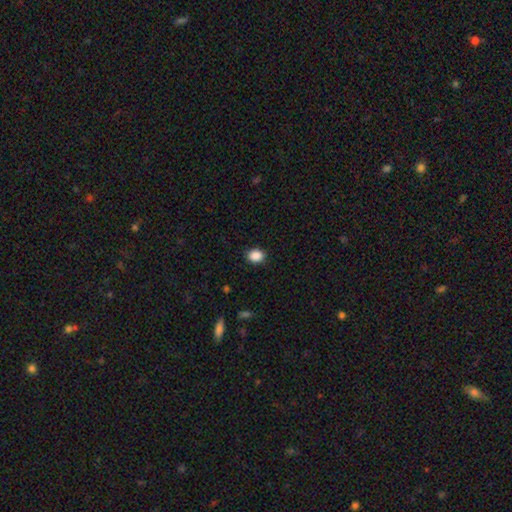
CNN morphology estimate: The model was most divided on "how rounded": in between: 53%, round: 46%, cigar-shaped: 1%. More confident: smooth or featured — smooth (89%); merging — none (88%).